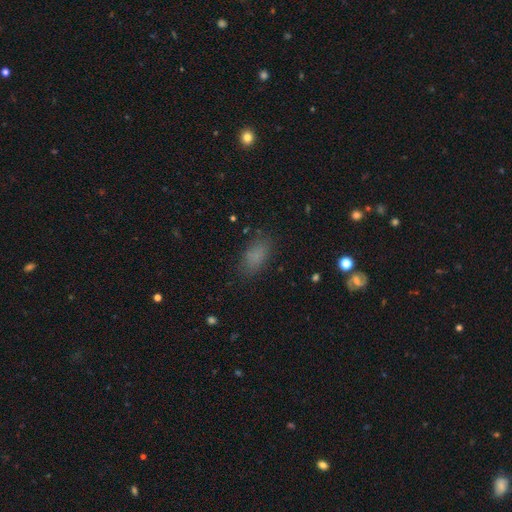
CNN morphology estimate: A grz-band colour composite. It shows a smooth galaxy with no disk features (81%) that is in between round and cigar-shaped (89%). Merging: none (81%).